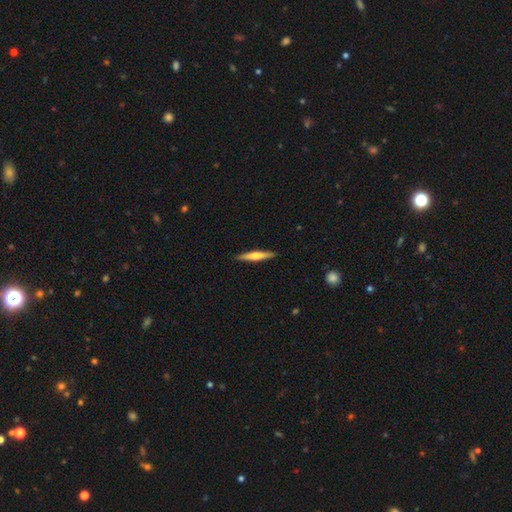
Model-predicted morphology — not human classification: smooth-or-featured: smooth: 47% (tied) | featured or disk: 47% (tied) | star or artifact: 5%
  merging: none: 91% | minor disturbance: 6% | major disturbance: 1% | merger: 1%